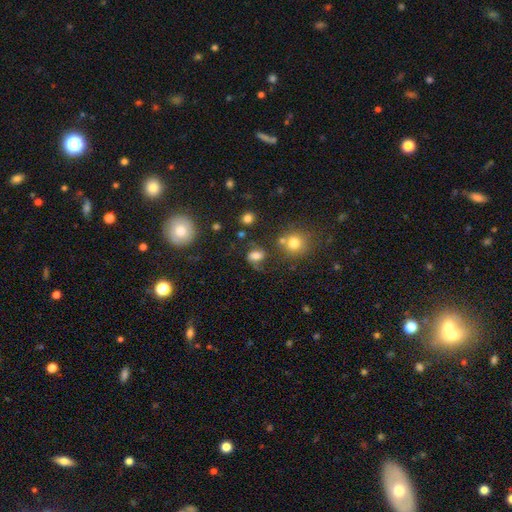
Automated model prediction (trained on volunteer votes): This is likely a smooth galaxy (60%). How rounded: possibly in between (57%). Merging: possibly none (55%).